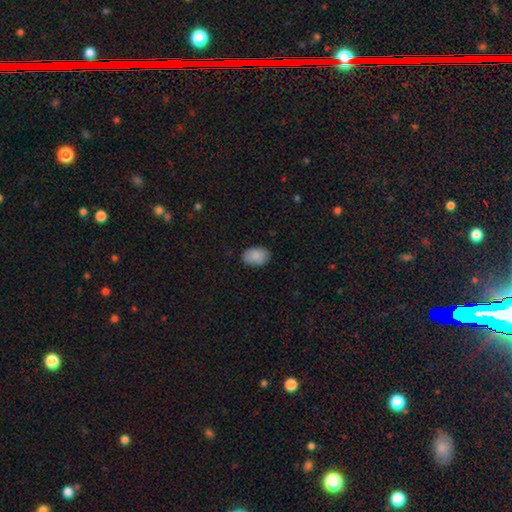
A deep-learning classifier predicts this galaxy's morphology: A smooth galaxy with no disk features (88%) that is in between round and cigar-shaped (82%). Merging: none (83%).